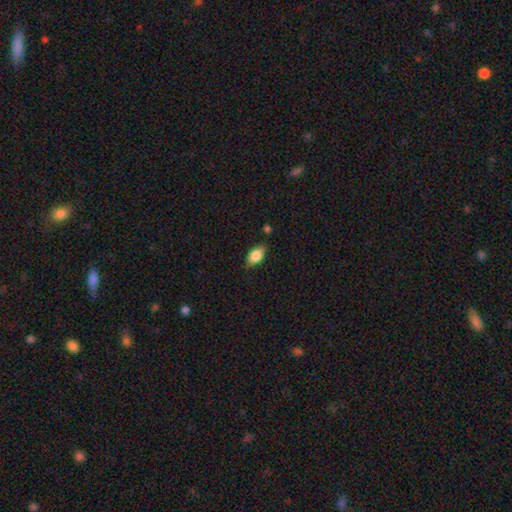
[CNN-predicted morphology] Overall: smooth (81%). How rounded: in between (90%). Merging: none (79%).